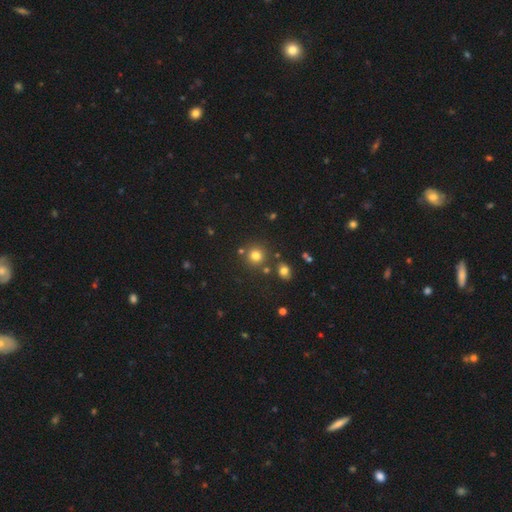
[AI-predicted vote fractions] A smooth galaxy with no disk features (76%) that is round (92%). Merging: none (80%).